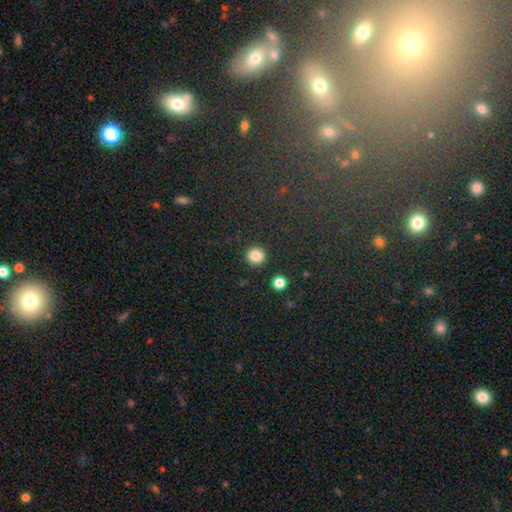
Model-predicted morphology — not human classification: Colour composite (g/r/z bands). It shows a smooth galaxy with no disk features (84%) that is round (93%). Merging: none (91%).